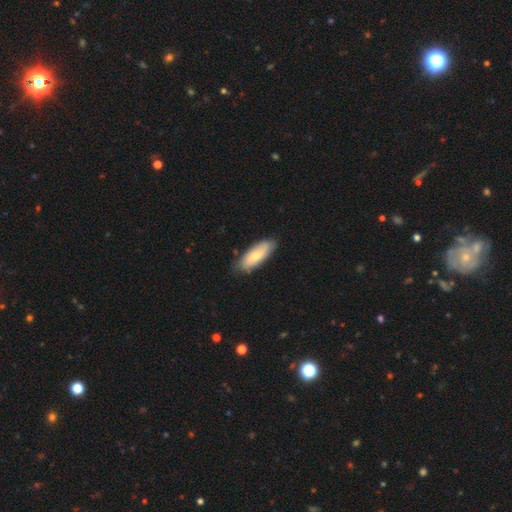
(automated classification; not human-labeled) smooth 68%, featured or disk 27%, star or artifact 5%. Down the decision tree: how rounded — in between (73%); merging — none (81%).